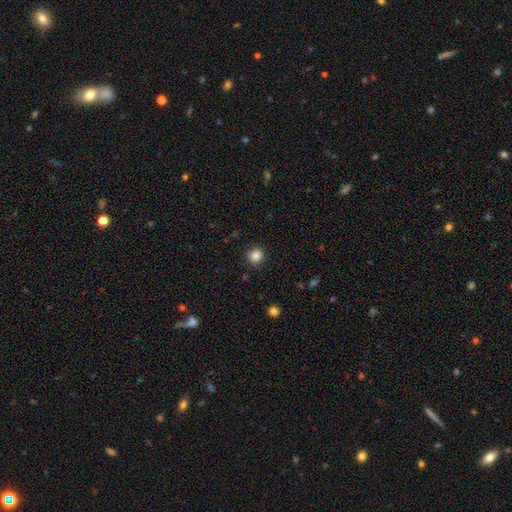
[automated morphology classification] A smooth galaxy with no disk features (85%) that is round (84%).

Vote fractions:
- Smooth or featured? smooth: 85% / star or artifact: 11% / featured or disk: 4%
- How rounded? round: 84% / in between: 15% / cigar-shaped: 1%
- Merging? none: 88% / minor disturbance: 9% / major disturbance: 2% / merger: 1%